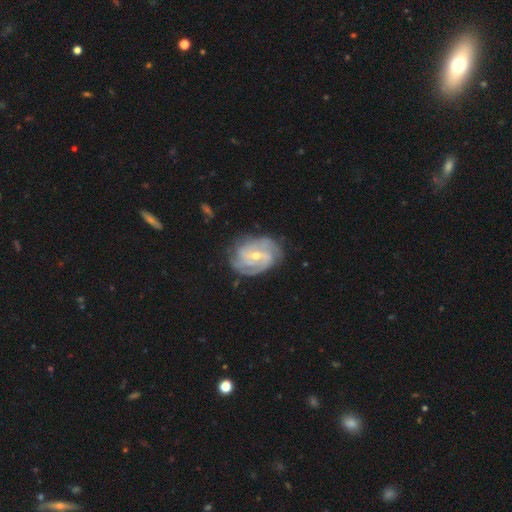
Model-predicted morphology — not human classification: smooth-or-featured: featured or disk: 86% | smooth: 8% | star or artifact: 6%
  disk-edge-on: no: 97% | yes: 3%
    bar: weak: 48% | no: 33% | strong: 19%
    has-spiral-arms: yes: 97% | no: 3%
      spiral-winding: tight: 65% | medium: 29% | loose: 6%
      spiral-arm-count: 3: 30% | 2: 21% | can't tell: 21% | 4: 16% | more than 4: 6% | 1: 5%
    bulge-size: small: 51% | moderate: 47% | large: 1% | none: 1% | dominant: 1%
  merging: none: 76% | minor disturbance: 17% | major disturbance: 5% | merger: 1%